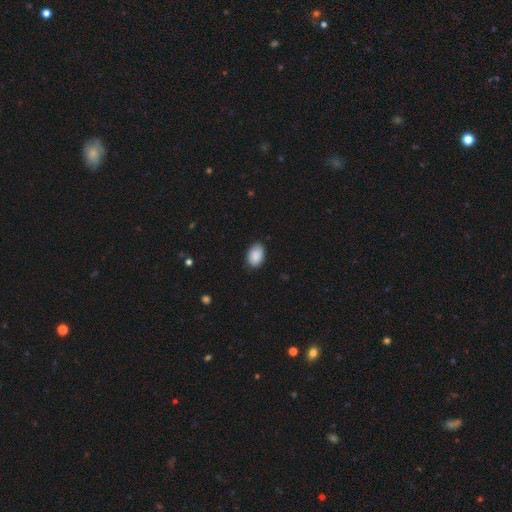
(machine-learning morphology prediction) Smooth or featured? smooth (89%)
How rounded? in between (87%)
Merging? none (82%)